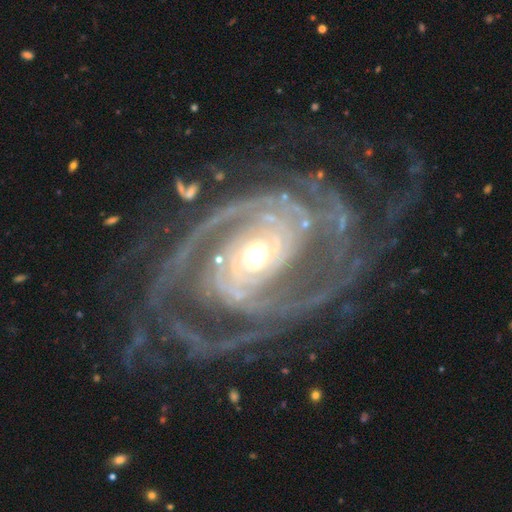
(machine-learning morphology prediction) A featured or disk galaxy (93%) with no bar (60%), 2 (36%) tight (59%) spiral arms (98%) and a moderate central bulge (65%).

Vote fractions:
- Smooth or featured? featured or disk: 93% / star or artifact: 4% / smooth: 3%
- Edge-on disk? no: 97% / yes: 3%
- Bar? no: 60% / weak: 24% / strong: 16%
- Spiral arms? yes: 98% / no: 2%
- Spiral winding? tight: 59% / medium: 33% / loose: 8%
- Spiral arm count? 2: 36% / 3: 20% / can't tell: 14% / 4: 12% / more than 4: 10% / 1: 8%
- Bulge size? moderate: 65% / small: 21% / large: 11% / dominant: 1% / none: 1%
- Merging? none: 62% / major disturbance: 19% / minor disturbance: 17% / merger: 2%